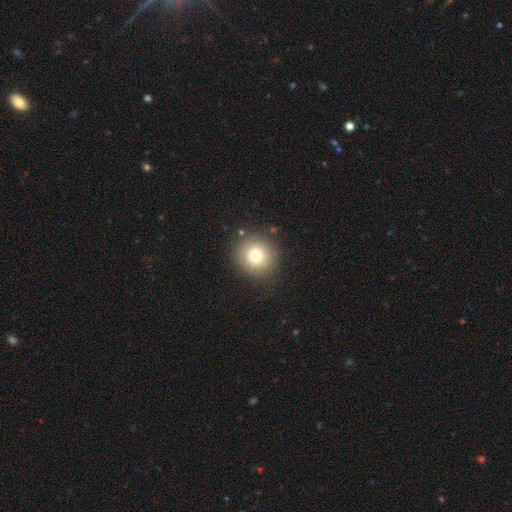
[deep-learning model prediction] The model was most divided on "smooth or featured": smooth: 77%, star or artifact: 11%, featured or disk: 11%. More confident: how rounded — round (92%); merging — none (88%).